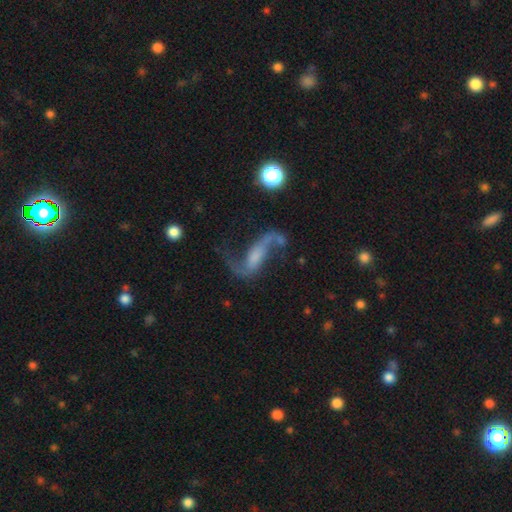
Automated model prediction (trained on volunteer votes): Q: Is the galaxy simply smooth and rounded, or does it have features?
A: featured or disk — 84%.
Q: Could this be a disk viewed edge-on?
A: no — 93%.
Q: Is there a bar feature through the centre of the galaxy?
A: no — 38%.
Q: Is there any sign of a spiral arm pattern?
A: yes — 95%.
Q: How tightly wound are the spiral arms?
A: loose — 90%.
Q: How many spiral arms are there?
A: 2 — 92%.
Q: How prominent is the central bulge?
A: none — 41%.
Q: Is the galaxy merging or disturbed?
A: none — 62%.